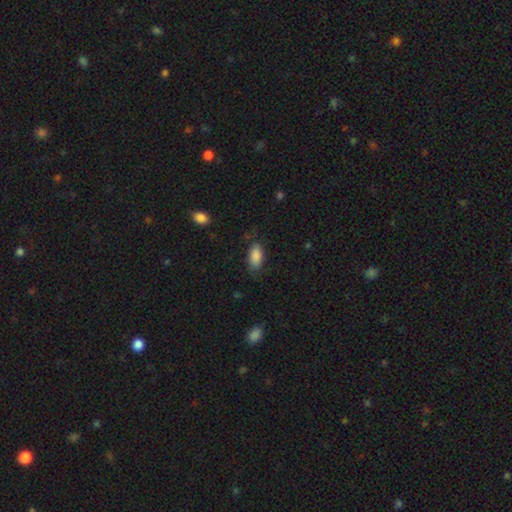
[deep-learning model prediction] This appears to be a smooth galaxy with no disk features (87%) that is in between round and cigar-shaped (91%). Merging: none (74%).